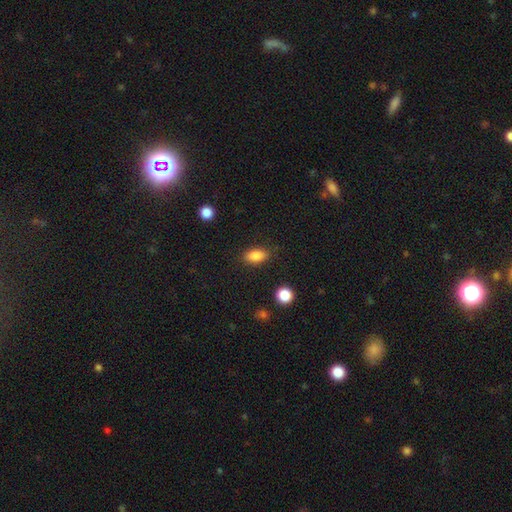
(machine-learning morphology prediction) Smooth or featured: smooth — 86% (star or artifact — 8%)
How rounded: in between — 88% (round — 6%)
Merging: none — 85% (minor disturbance — 11%)